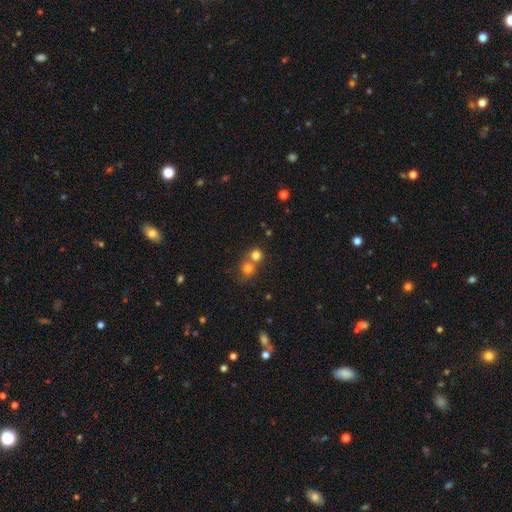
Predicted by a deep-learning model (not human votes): This is likely a smooth galaxy (76%). How rounded: clearly round (86%). Merging: possibly merger (49%).